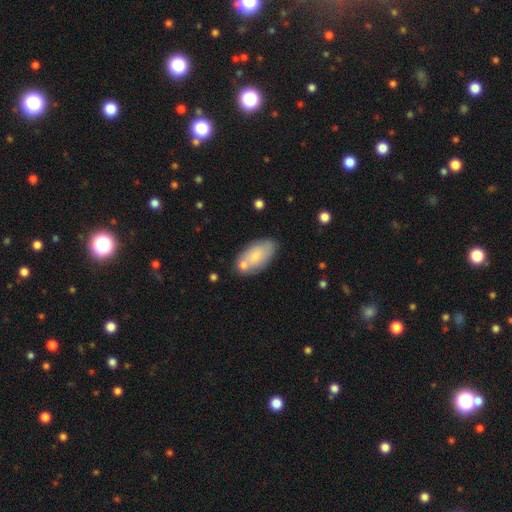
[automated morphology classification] A smooth galaxy with no disk features (70%) that is in between round and cigar-shaped (93%).

Vote fractions:
- Smooth or featured? smooth: 70% / featured or disk: 24% / star or artifact: 6%
- How rounded? in between: 93% / cigar-shaped: 4% / round: 3%
- Merging? none: 63% / minor disturbance: 17% / merger: 15% / major disturbance: 4%